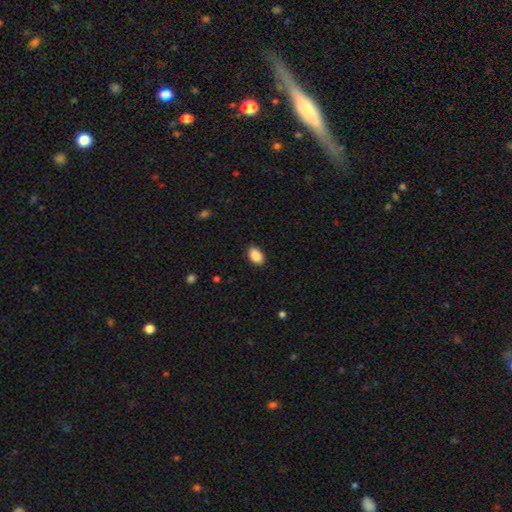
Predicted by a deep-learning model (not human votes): This appears to be a smooth galaxy with no disk features (90%) that is in between round and cigar-shaped (90%). Merging: none (88%).